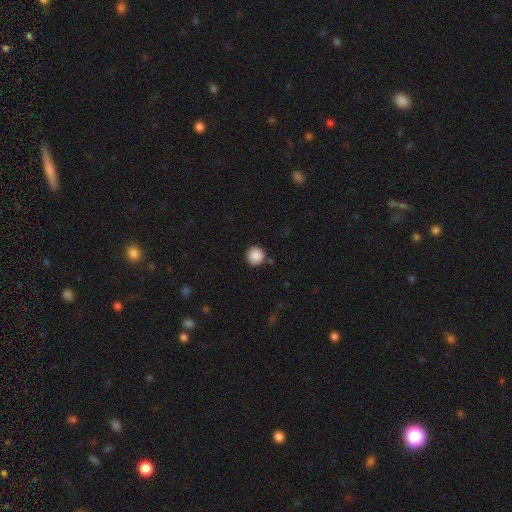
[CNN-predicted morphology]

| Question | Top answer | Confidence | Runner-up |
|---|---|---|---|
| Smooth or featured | smooth | 88% | star or artifact (9%) |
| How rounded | round | 95% | in between (5%) |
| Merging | none | 89% | minor disturbance (7%) |